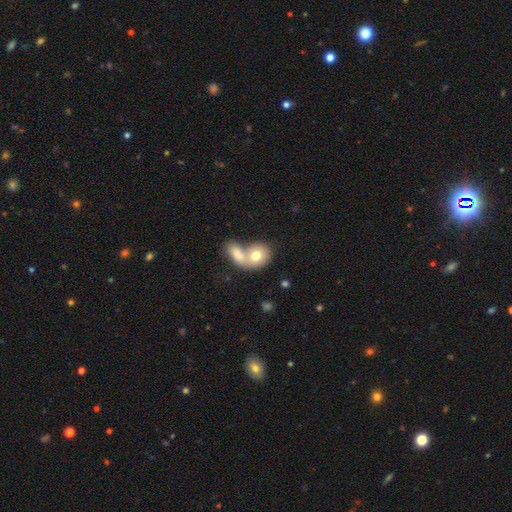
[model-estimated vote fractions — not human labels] smooth 72%, featured or disk 21%, star or artifact 7%. Down the decision tree: how rounded — in between (54%); merging — merger (74%).